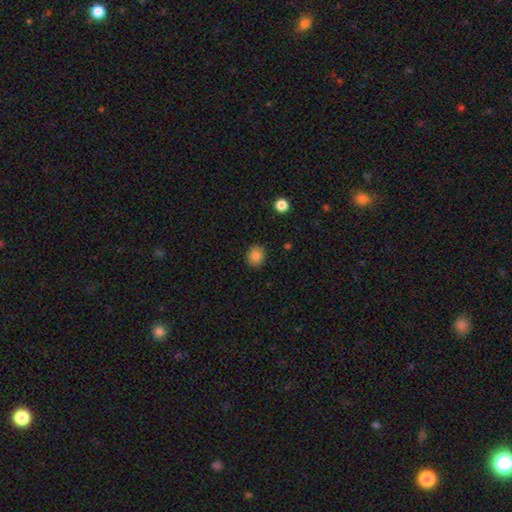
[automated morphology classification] Smooth or featured?
  - smooth: 83% *
  - star or artifact: 11%
  - featured or disk: 6%
How rounded?
  - round: 76% *
  - in between: 23%
  - cigar-shaped: 1%
Merging?
  - none: 89% *
  - minor disturbance: 8%
  - major disturbance: 2%
  - merger: 1%